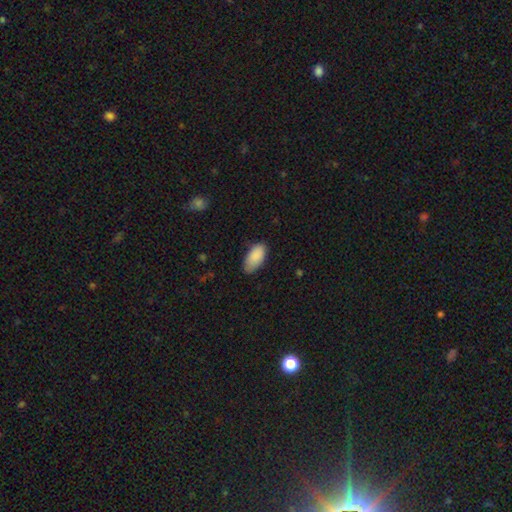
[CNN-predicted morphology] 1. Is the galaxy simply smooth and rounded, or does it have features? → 89% smooth, 6% star or artifact, 4% featured or disk.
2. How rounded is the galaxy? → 94% in between, 3% cigar-shaped, 2% round.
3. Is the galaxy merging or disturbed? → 71% none, 24% minor disturbance, 4% major disturbance, 1% merger.